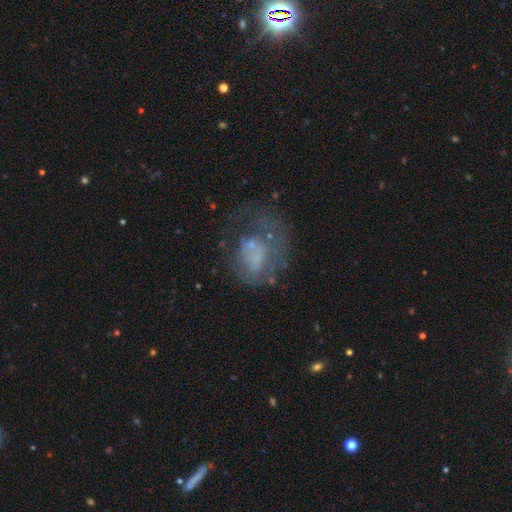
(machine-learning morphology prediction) Smooth or featured: featured or disk — 51% (smooth — 34%)
Edge-on disk: no — 98% (yes — 2%)
Merging: major disturbance — 43% (none — 33%)